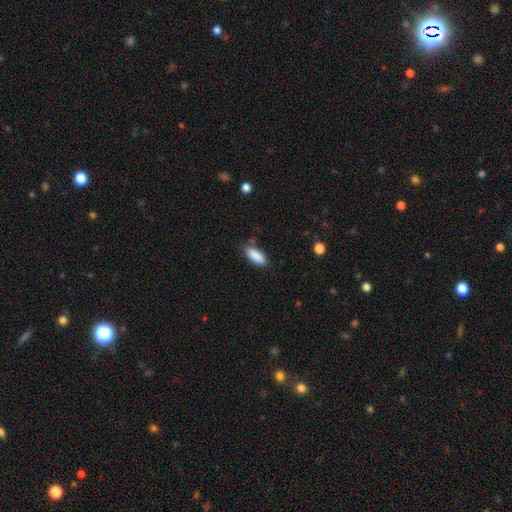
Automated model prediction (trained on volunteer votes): smooth_or_featured: smooth (p=0.89) [alt: star or artifact p=0.07]
how_rounded: in between (p=0.78) [alt: cigar-shaped p=0.20]
merging: none (p=0.79) [alt: minor disturbance p=0.15]